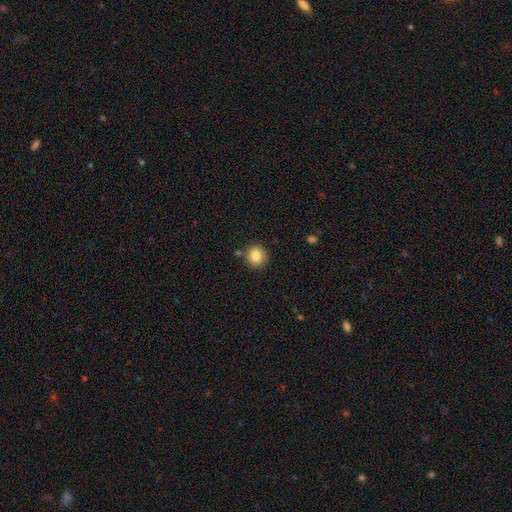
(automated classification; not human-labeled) Smooth or featured: smooth — 84% (star or artifact — 10%)
How rounded: round — 86% (in between — 14%)
Merging: none — 85% (minor disturbance — 9%)